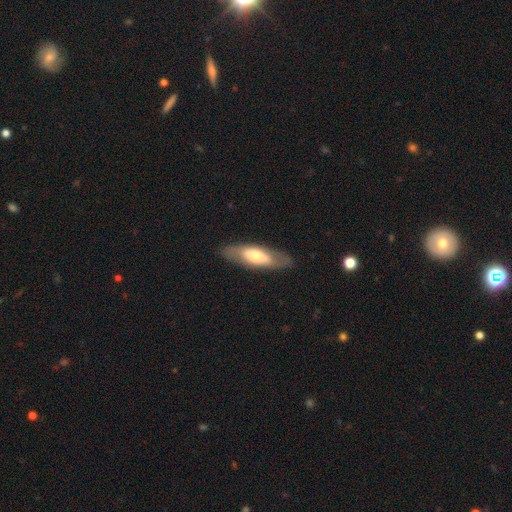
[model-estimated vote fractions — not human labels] Smooth or featured: smooth — 55% (featured or disk — 40%)
How rounded: in between — 57% (cigar-shaped — 41%)
Merging: none — 83% (minor disturbance — 12%)